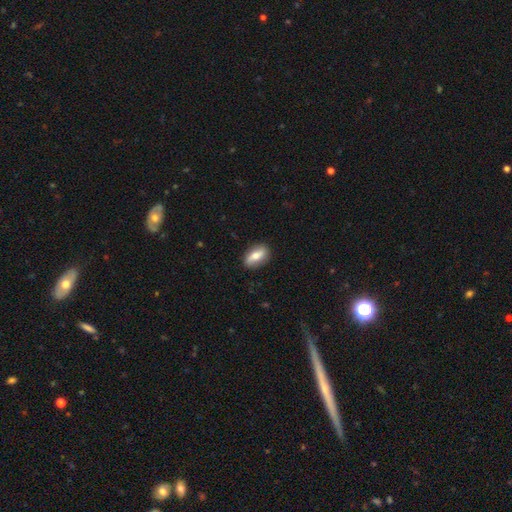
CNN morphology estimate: A smooth galaxy with no disk features (59%) that is in between round and cigar-shaped (83%). Merging: none (85%).